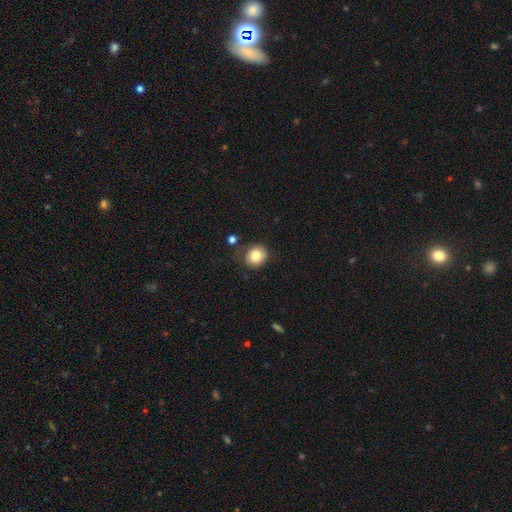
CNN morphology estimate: Smooth or featured? Predicted: smooth (p=0.81). How rounded? Predicted: round (p=0.77). Merging? Predicted: none (p=0.71).